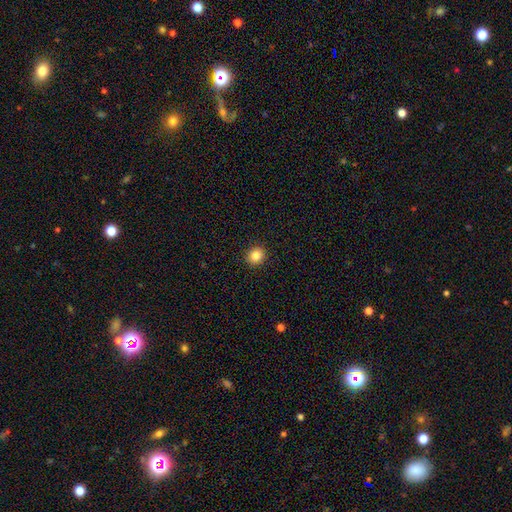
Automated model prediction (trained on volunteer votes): smooth-or-featured: smooth: 84% | star or artifact: 10% | featured or disk: 5%
  how-rounded: round: 81% | in between: 18% | cigar-shaped: 1%
  merging: none: 92% | minor disturbance: 5% | major disturbance: 2% | merger: 1%